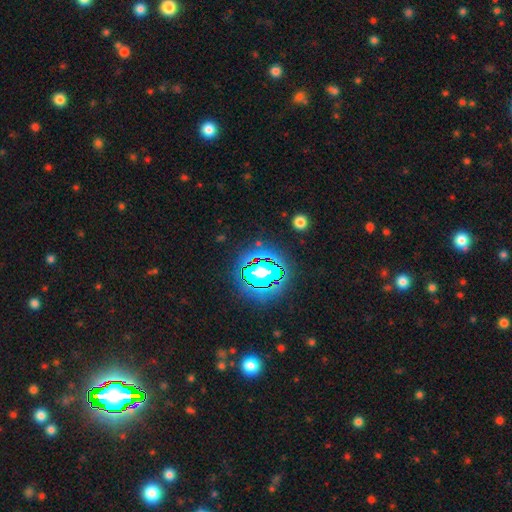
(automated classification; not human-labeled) Q: Smooth or featured?
A: star or artifact (83%); runner-up: smooth (10%)